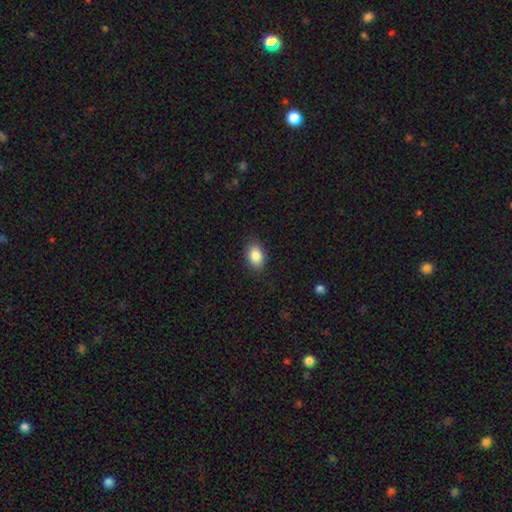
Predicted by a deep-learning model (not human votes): smooth_or_featured: smooth (p=0.87) [alt: star or artifact p=0.08]
how_rounded: in between (p=0.82) [alt: round p=0.17]
merging: none (p=0.86) [alt: minor disturbance p=0.11]